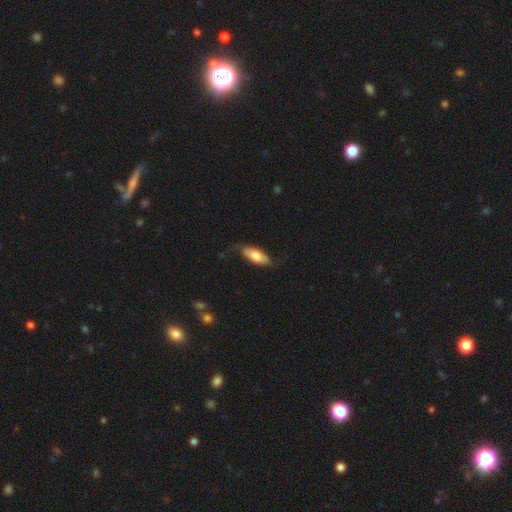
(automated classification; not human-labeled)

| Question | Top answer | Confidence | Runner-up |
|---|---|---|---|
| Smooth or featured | smooth | 70% | featured or disk (24%) |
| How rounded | in between | 76% | cigar-shaped (21%) |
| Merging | none | 67% | minor disturbance (25%) |